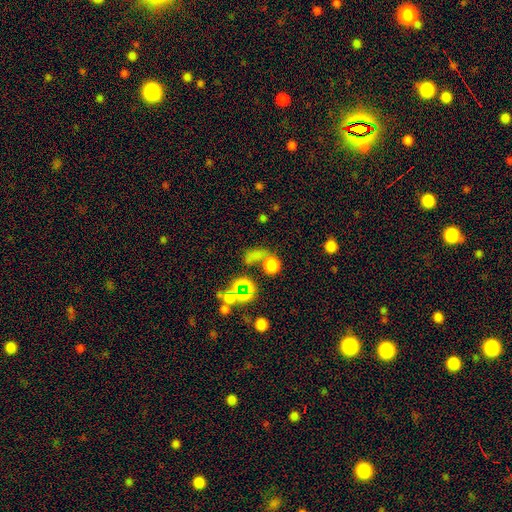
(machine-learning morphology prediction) smooth_or_featured: smooth (p=0.60) [alt: star or artifact p=0.30]
how_rounded: round (p=0.59) [alt: in between p=0.36]
merging: none (p=0.45) [alt: merger p=0.28]